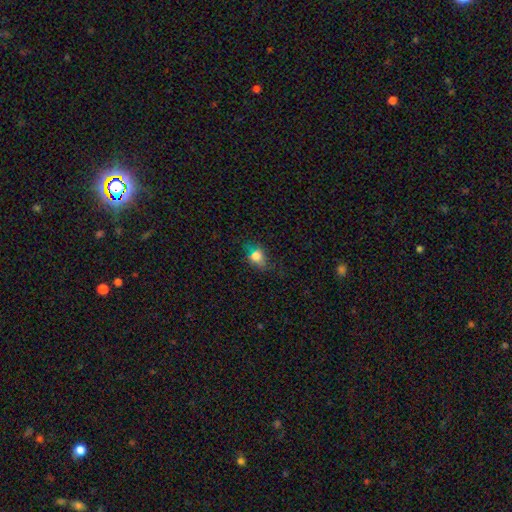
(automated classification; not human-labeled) Smooth or featured: smooth — 76% (featured or disk — 13%)
How rounded: in between — 64% (round — 33%)
Merging: none — 61% (minor disturbance — 25%)